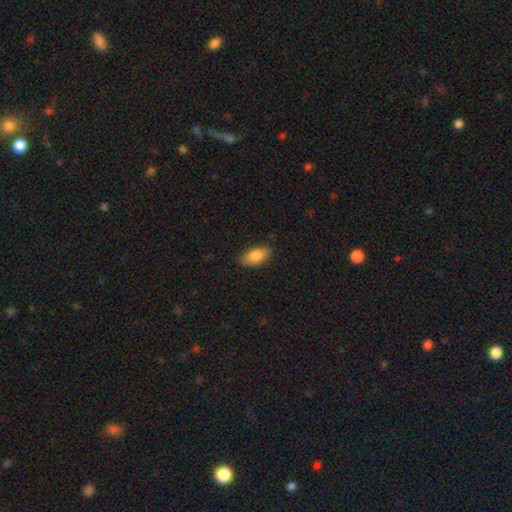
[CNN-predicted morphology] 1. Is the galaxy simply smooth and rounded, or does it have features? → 84% smooth, 9% featured or disk, 6% star or artifact.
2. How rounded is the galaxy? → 91% in between, 6% cigar-shaped, 3% round.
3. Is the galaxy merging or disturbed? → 85% none, 12% minor disturbance, 2% major disturbance, 1% merger.